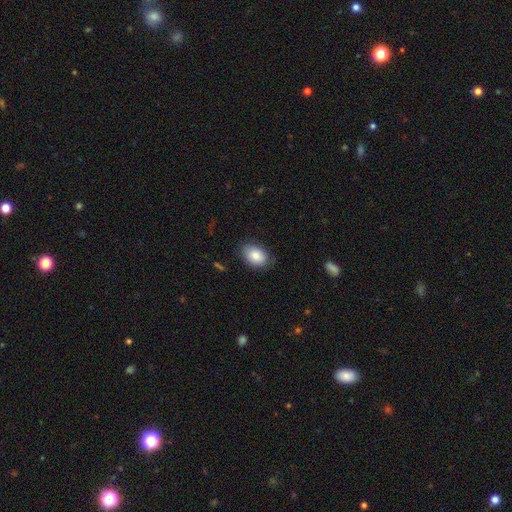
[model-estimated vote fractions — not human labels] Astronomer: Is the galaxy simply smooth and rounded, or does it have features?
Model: smooth — 84%.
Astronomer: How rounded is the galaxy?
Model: in between — 84%.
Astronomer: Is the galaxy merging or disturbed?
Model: none — 79%.